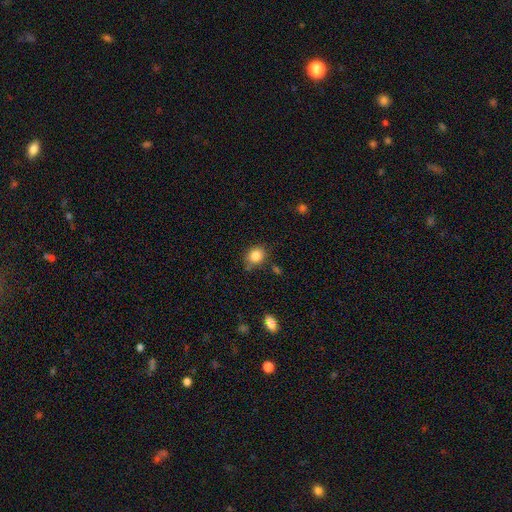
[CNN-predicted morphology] A smooth galaxy with no disk features (85%) that is round (59%). Merging: none (73%).